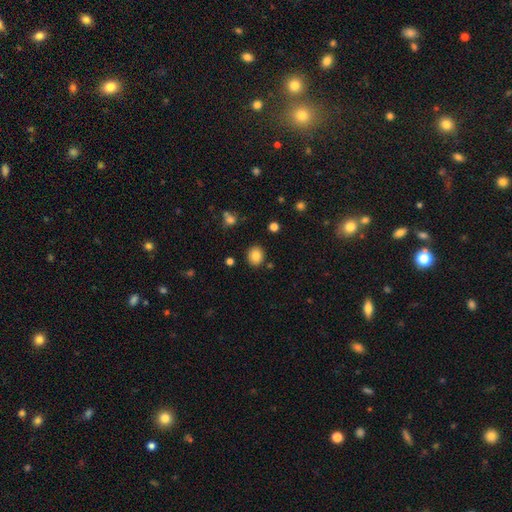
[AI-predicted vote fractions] Smooth or featured? smooth (83%)
How rounded? round (73%)
Merging? none (88%)